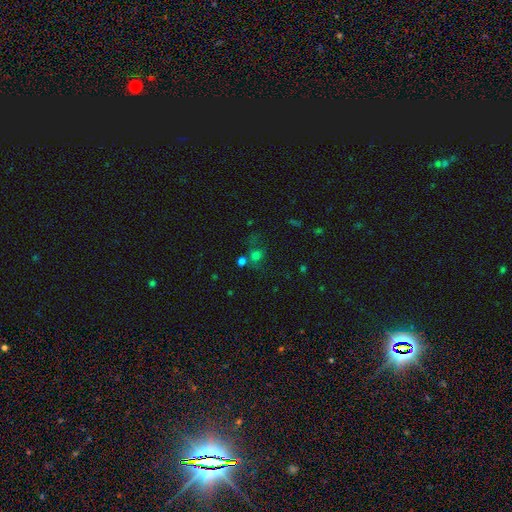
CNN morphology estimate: smooth_or_featured: smooth (p=0.60) [alt: star or artifact p=0.27]
how_rounded: round (p=0.72) [alt: in between p=0.26]
merging: none (p=0.49) [alt: merger p=0.24]